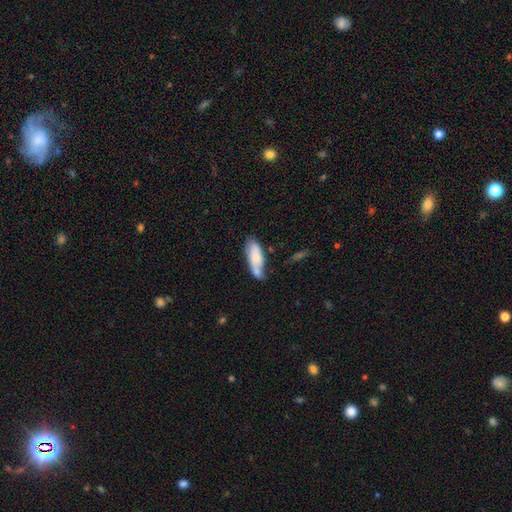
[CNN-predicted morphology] Smooth or featured: smooth — 72% (featured or disk — 21%)
How rounded: in between — 69% (cigar-shaped — 29%)
Merging: none — 44% (minor disturbance — 26%)